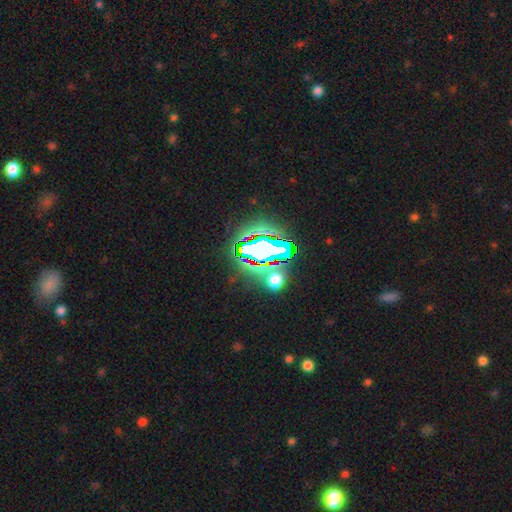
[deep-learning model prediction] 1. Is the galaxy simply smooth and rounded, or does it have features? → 66% star or artifact, 17% featured or disk, 17% smooth.